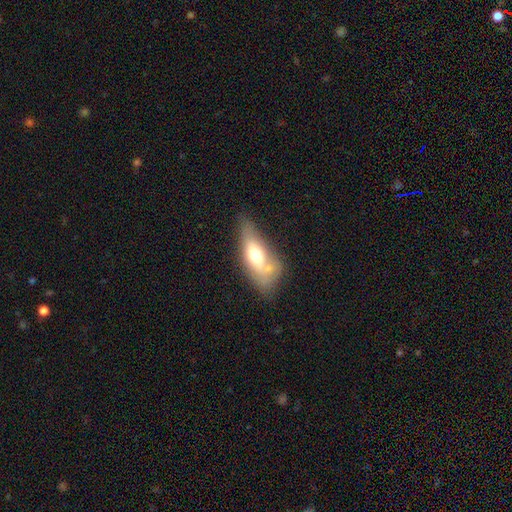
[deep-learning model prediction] Morphology: type=smooth (58%); roundness=in between (70%); merging=none (39%).